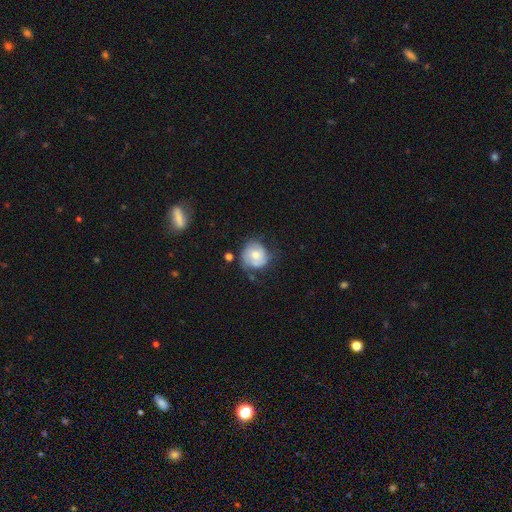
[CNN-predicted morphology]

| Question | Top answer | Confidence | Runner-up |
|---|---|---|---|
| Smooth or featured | smooth | 55% | featured or disk (37%) |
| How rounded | round | 83% | in between (16%) |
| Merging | none | 52% | minor disturbance (30%) |